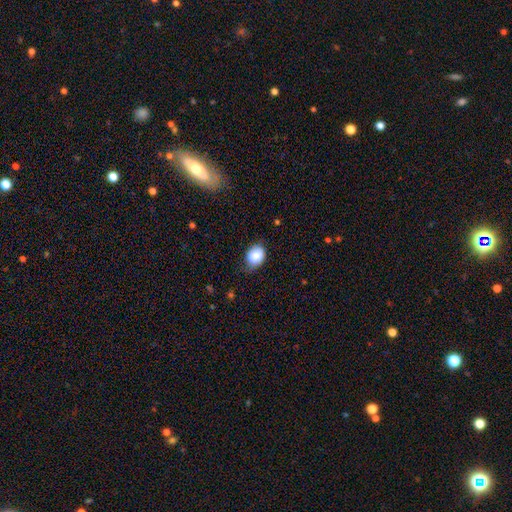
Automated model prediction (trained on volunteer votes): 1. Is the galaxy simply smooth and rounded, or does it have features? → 84% smooth, 9% featured or disk, 8% star or artifact.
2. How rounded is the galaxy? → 60% in between, 39% round, 1% cigar-shaped.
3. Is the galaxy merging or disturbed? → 56% none, 34% minor disturbance, 8% major disturbance, 1% merger.